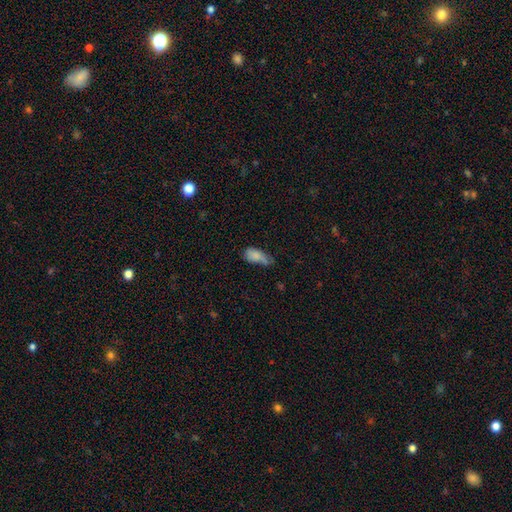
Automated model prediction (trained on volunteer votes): The model was most divided on "merging": minor disturbance: 39%, none: 31%, major disturbance: 19%, merger: 11%. More confident: how rounded — in between (87%); smooth or featured — smooth (78%).